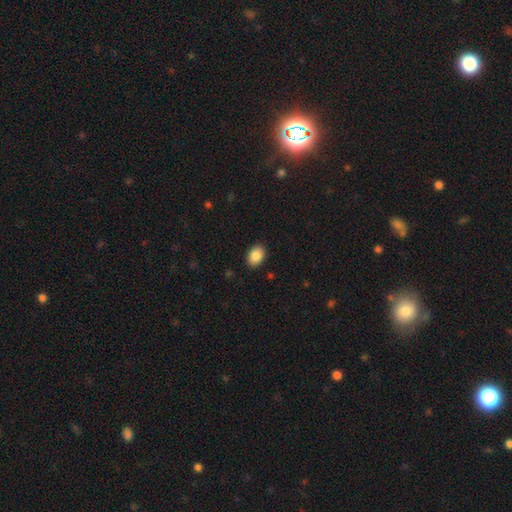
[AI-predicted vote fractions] Smooth or featured? smooth (88%)
How rounded? in between (82%)
Merging? none (89%)